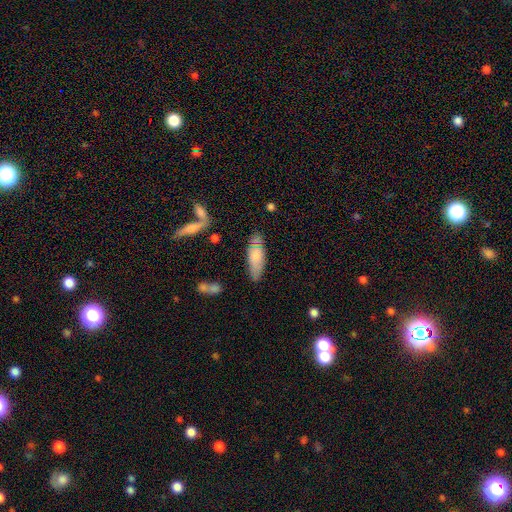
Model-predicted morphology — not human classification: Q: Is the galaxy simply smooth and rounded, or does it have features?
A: smooth — 70%.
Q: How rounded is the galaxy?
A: in between — 59%.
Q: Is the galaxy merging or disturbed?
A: none — 63%.